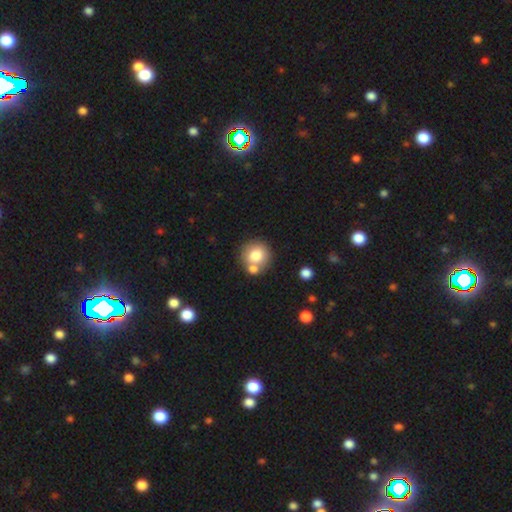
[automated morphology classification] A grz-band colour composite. It shows a smooth galaxy with no disk features (77%) that is round (89%). Merging: none (61%).